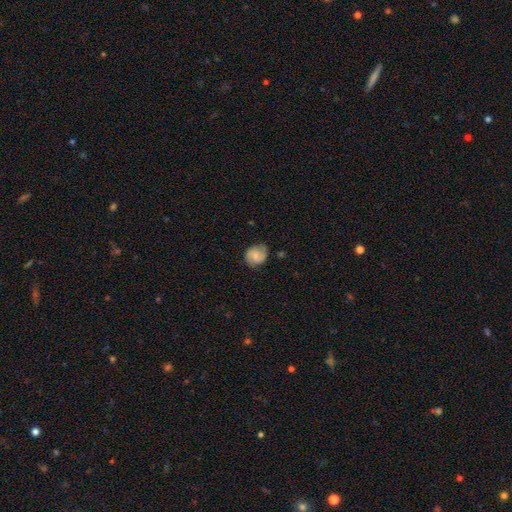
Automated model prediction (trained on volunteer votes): A featured or disk galaxy (52%) with no bar (52%), spiral arms (90%) and a small central bulge (53%).

Vote fractions:
- Smooth or featured? featured or disk: 52% / smooth: 41% / star or artifact: 8%
- Edge-on disk? no: 98% / yes: 2%
- Bar? no: 52% / weak: 40% / strong: 8%
- Spiral arms? yes: 90% / no: 10%
- Bulge size? small: 53% / moderate: 31% / none: 13% / large: 2% / dominant: 1%
- Merging? none: 74% / minor disturbance: 20% / major disturbance: 5% / merger: 1%